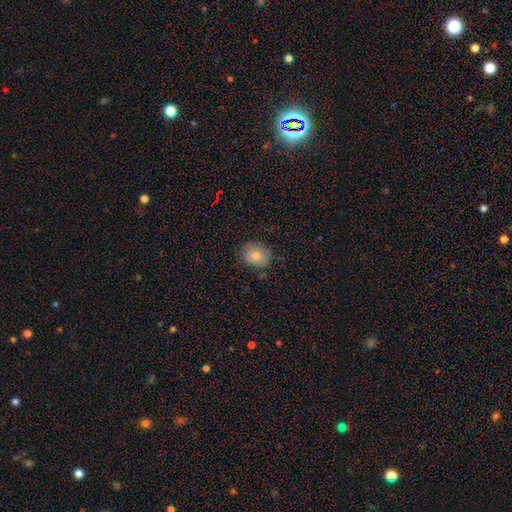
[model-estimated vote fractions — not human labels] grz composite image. It shows a smooth galaxy with no disk features (75%) that is round (67%). Merging: none (83%).